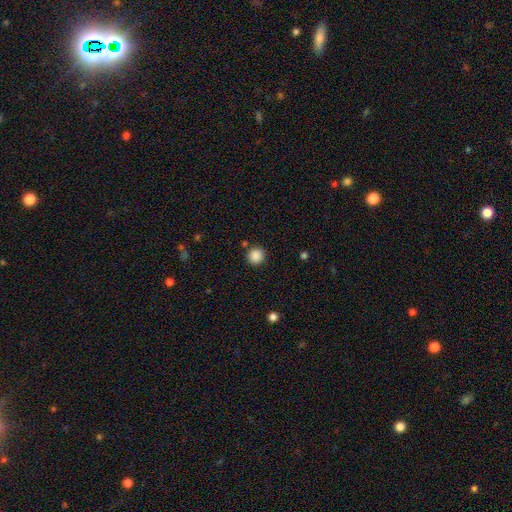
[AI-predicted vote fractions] Smooth or featured? Predicted: smooth (p=0.87). How rounded? Predicted: round (p=0.92). Merging? Predicted: none (p=0.87).